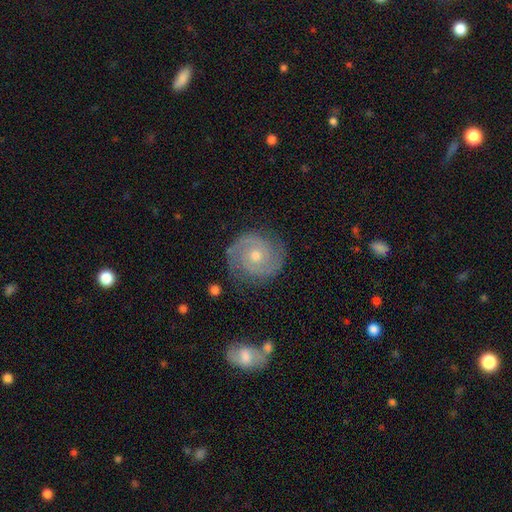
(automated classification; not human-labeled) Morphology: type=featured or disk (84%); edge-on=no (98%); bar=no (74%); spiral arms=yes (96%); winding=tight (63%); arm count=2 (82%); bulge=moderate (57%); merging=none (83%).